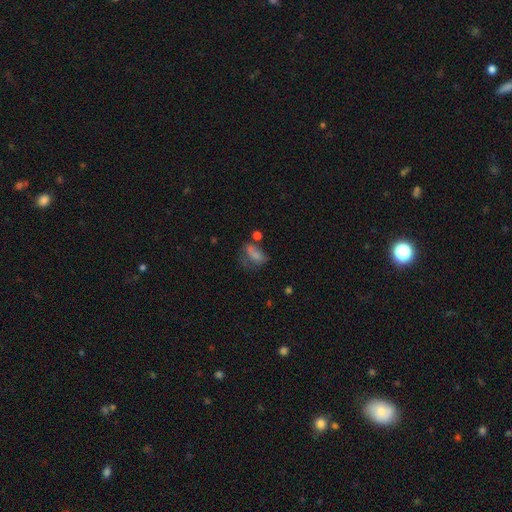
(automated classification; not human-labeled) Overall: smooth (62%). How rounded: in between (77%). Merging: none (33%; major disturbance 31%).